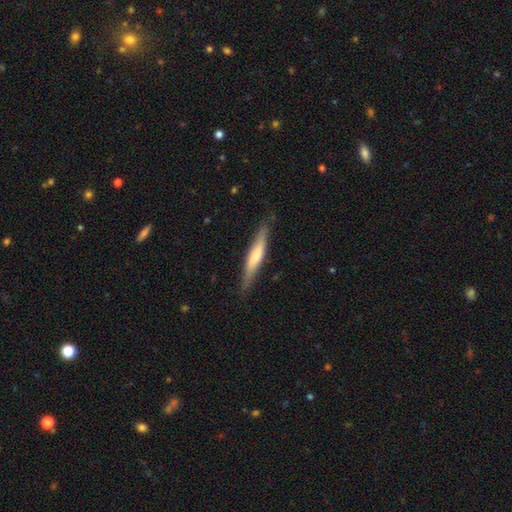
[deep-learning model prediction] Smooth or featured: smooth — 56% (featured or disk — 39%)
How rounded: cigar-shaped — 89% (in between — 9%)
Merging: none — 82% (minor disturbance — 14%)